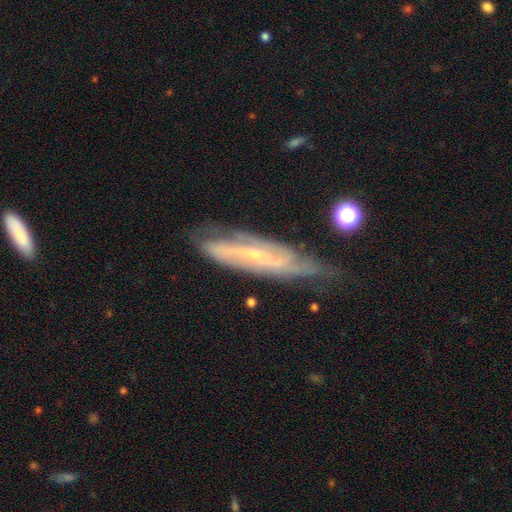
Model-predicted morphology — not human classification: Smooth or featured: featured or disk — 80% (smooth — 13%)
Edge-on disk: no — 71% (yes — 29%)
Bar: no — 39% (weak — 34%)
Spiral arms: yes — 92% (no — 8%)
Spiral winding: tight — 43% (medium — 39%)
Spiral arm count: 2 — 50% (can't tell — 31%)
Bulge size: small — 78% (moderate — 17%)
Merging: none — 64% (minor disturbance — 26%)